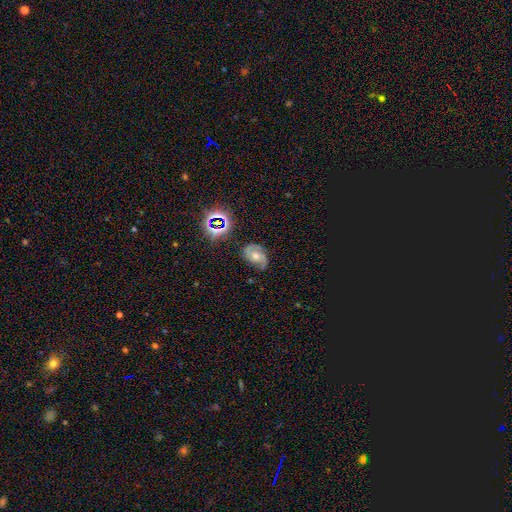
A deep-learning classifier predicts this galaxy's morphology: Smooth or featured? Predicted: featured or disk (p=0.71). Edge-on disk? Predicted: no (p=0.97). Bar? Predicted: no (p=0.67). Spiral arms? Predicted: yes (p=0.92). Spiral winding? Predicted: medium (p=0.48). Spiral arm count? Predicted: 2 (p=0.80). Bulge size? Predicted: moderate (p=0.69). Merging? Predicted: none (p=0.65).